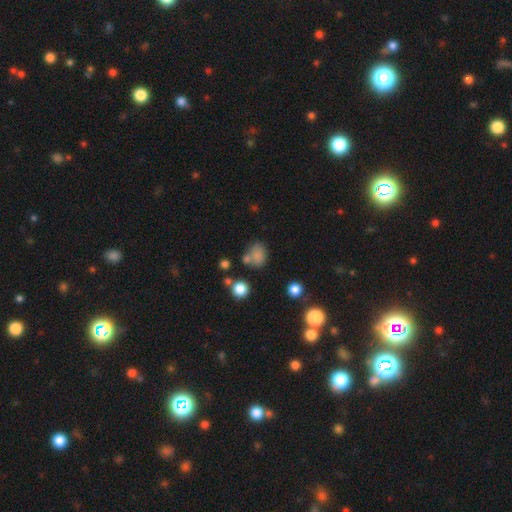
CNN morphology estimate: The model was most divided on "how rounded": round: 52%, in between: 47%, cigar-shaped: 1%. More confident: smooth or featured — smooth (76%); merging — none (54%).